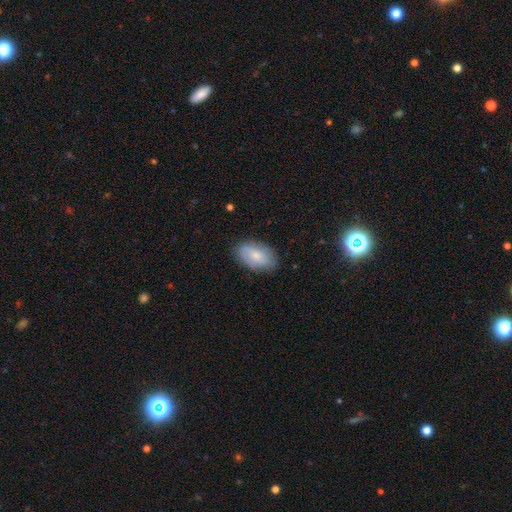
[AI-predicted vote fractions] Smooth or featured?
  - smooth: 58% *
  - featured or disk: 35%
  - star or artifact: 7%
How rounded?
  - in between: 92% *
  - round: 6%
  - cigar-shaped: 2%
Merging?
  - none: 78% *
  - minor disturbance: 17%
  - major disturbance: 4%
  - merger: 1%